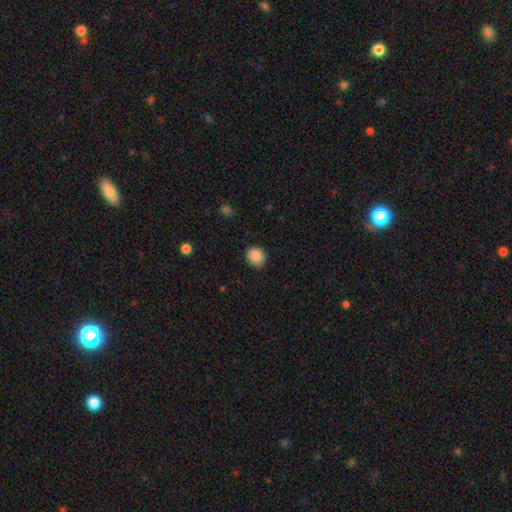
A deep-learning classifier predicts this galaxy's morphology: smooth-or-featured: smooth: 88% | star or artifact: 9% | featured or disk: 3%
  how-rounded: round: 83% | in between: 16% | cigar-shaped: 1%
  merging: none: 86% | minor disturbance: 11% | major disturbance: 2% | merger: 1%